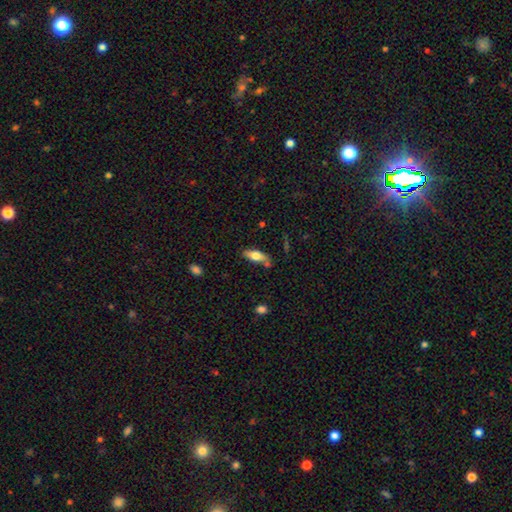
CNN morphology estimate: smooth-or-featured: smooth: 66% | featured or disk: 27% | star or artifact: 6%
  how-rounded: in between: 69% | cigar-shaped: 28% | round: 3%
  merging: none: 69% | minor disturbance: 19% | merger: 8% | major disturbance: 4%